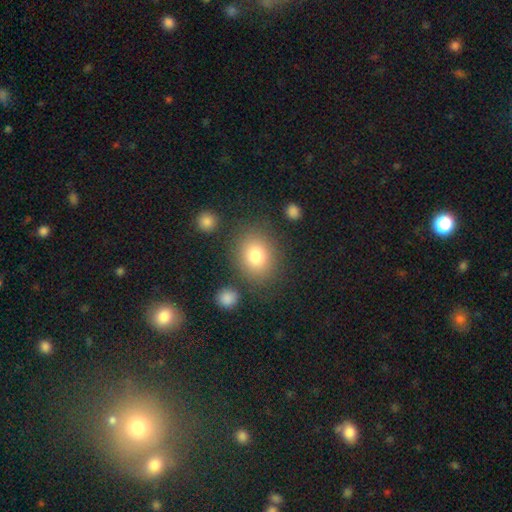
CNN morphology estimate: Smooth or featured? smooth (78%)
How rounded? round (55%)
Merging? none (79%)